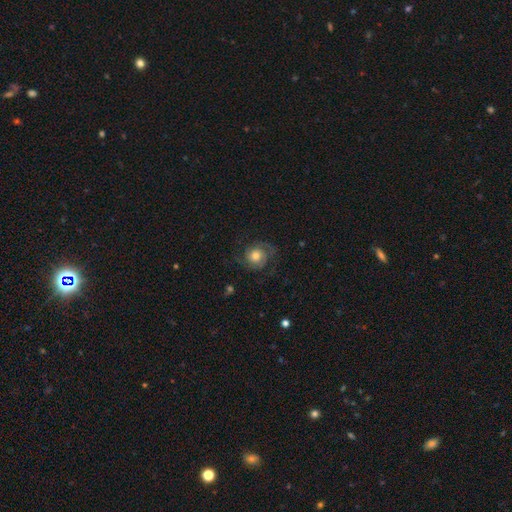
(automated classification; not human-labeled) This appears to be a featured or disk galaxy (73%) with no bar (77%), 2 (75%) medium (44%) spiral arms (94%) and a moderate central bulge (62%). Merging: none (73%).